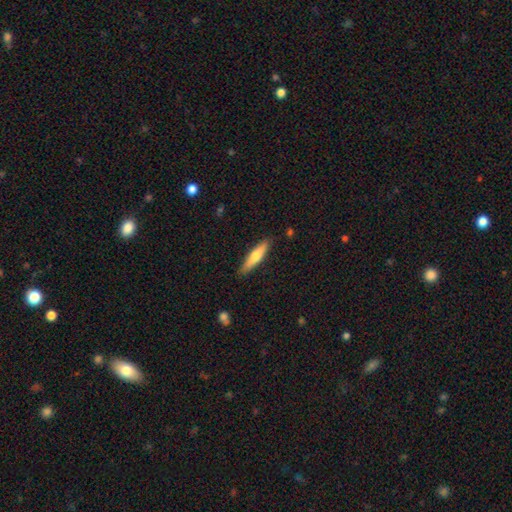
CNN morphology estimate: Overall: smooth (63%; featured or disk 32%). How rounded: cigar-shaped (79%). Merging: none (87%).